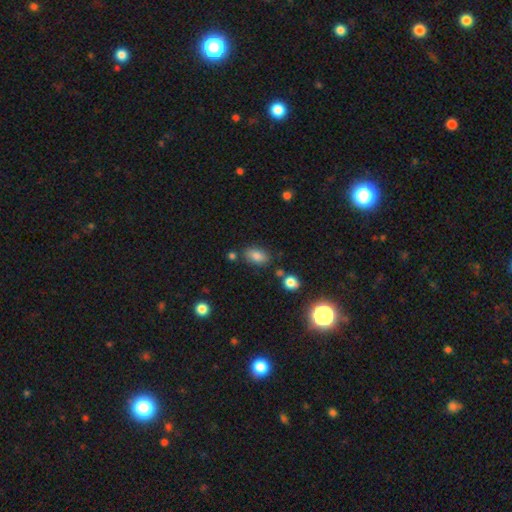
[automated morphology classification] This appears to be a smooth galaxy with no disk features (82%) that is in between round and cigar-shaped (88%). Merging: none (77%).